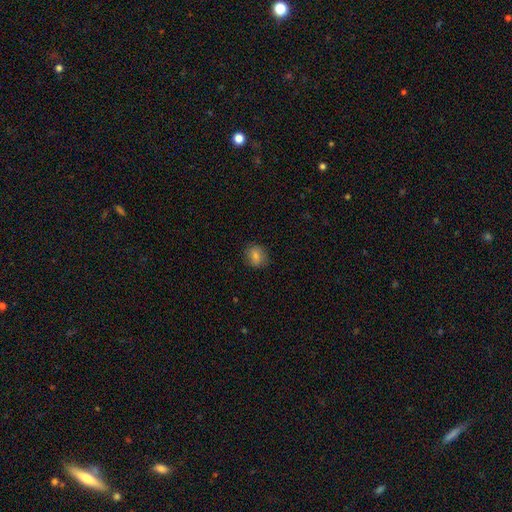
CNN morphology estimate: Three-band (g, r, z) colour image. It shows a smooth galaxy with no disk features (74%) that is round (73%). Merging: none (83%).